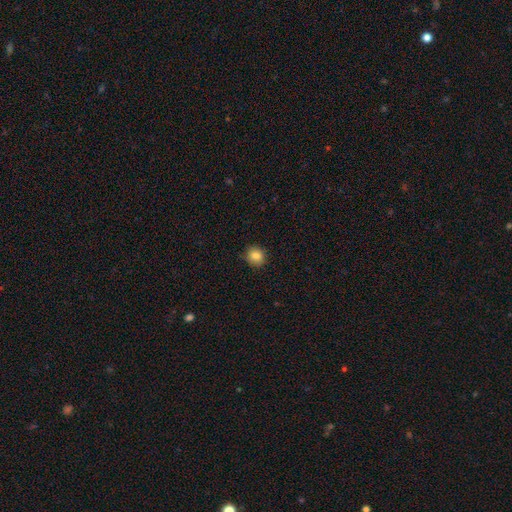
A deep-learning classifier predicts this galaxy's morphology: Smooth or featured?
  - smooth: 85% *
  - star or artifact: 10%
  - featured or disk: 5%
How rounded?
  - round: 81% *
  - in between: 18%
  - cigar-shaped: 1%
Merging?
  - none: 88% *
  - minor disturbance: 9%
  - major disturbance: 2%
  - merger: 1%